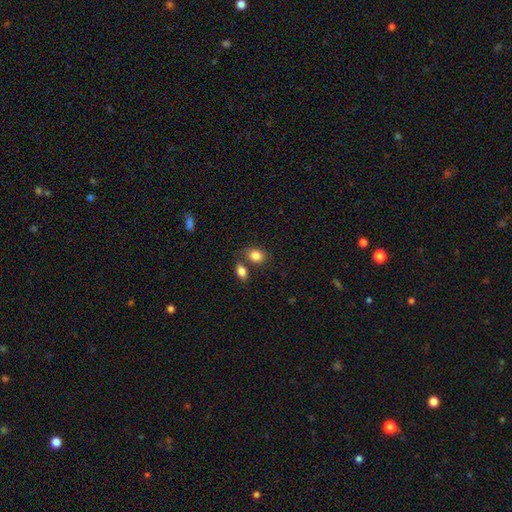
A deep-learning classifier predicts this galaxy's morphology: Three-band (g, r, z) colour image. It shows a smooth galaxy with no disk features (85%) that is in between round and cigar-shaped (60%). Merging: none (59%).